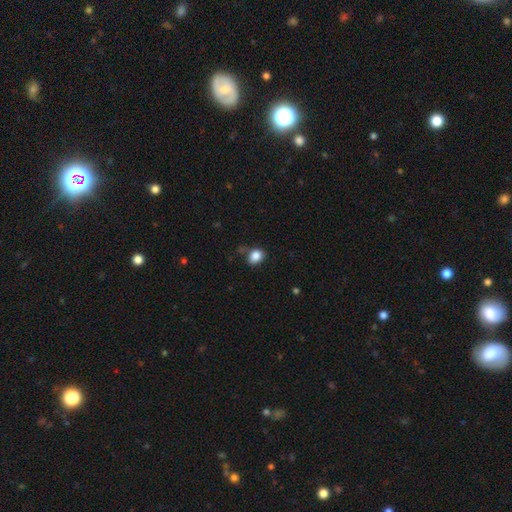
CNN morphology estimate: This appears to be a smooth galaxy with no disk features (86%) that is in between round and cigar-shaped (56%). Merging: none (72%).